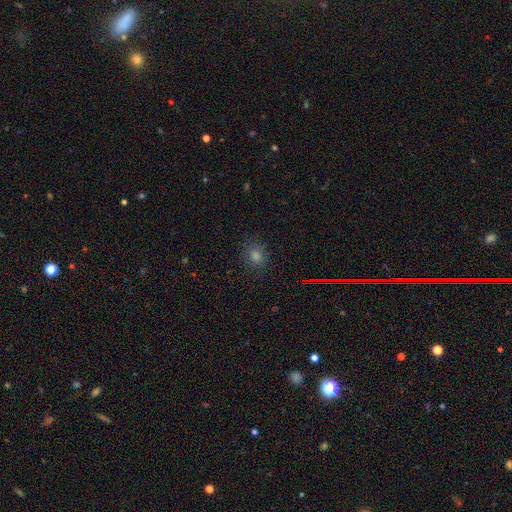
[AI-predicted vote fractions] Smooth or featured: smooth — 71% (star or artifact — 22%)
How rounded: round — 66% (in between — 32%)
Merging: none — 87% (minor disturbance — 9%)